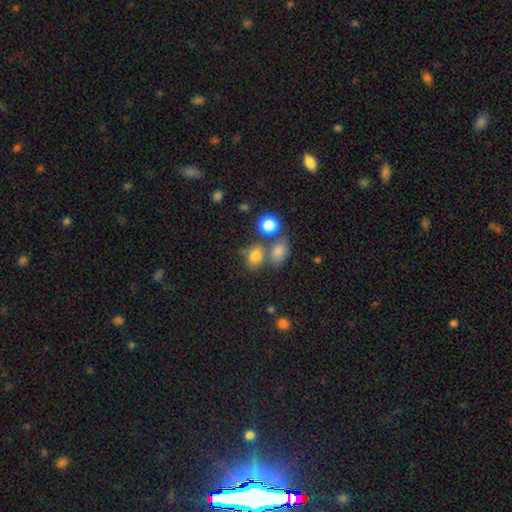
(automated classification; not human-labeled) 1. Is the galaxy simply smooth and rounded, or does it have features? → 79% smooth, 13% star or artifact, 8% featured or disk.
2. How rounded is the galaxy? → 56% in between, 43% round, 2% cigar-shaped.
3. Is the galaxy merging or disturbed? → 53% none, 28% merger, 13% minor disturbance, 6% major disturbance.